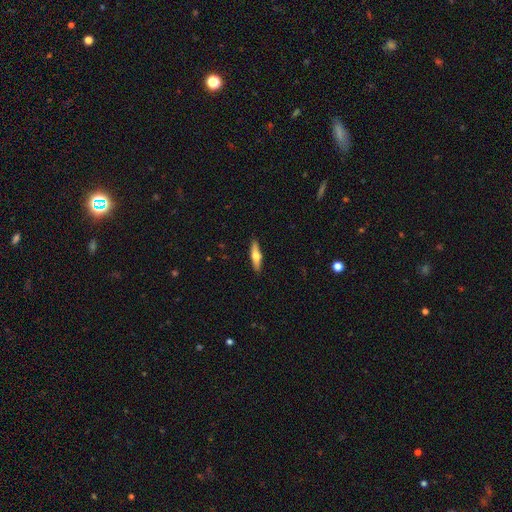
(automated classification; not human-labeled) smooth_or_featured: smooth (p=0.53) [alt: featured or disk p=0.41]
how_rounded: cigar-shaped (p=0.73) [alt: in between p=0.25]
merging: none (p=0.90) [alt: minor disturbance p=0.08]